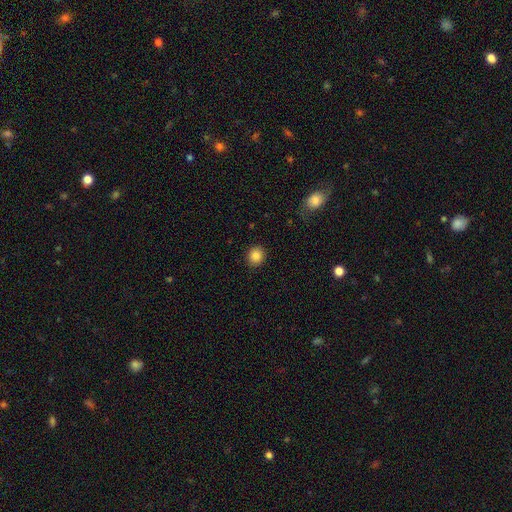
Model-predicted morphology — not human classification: Smooth or featured: smooth — 85% (star or artifact — 10%)
How rounded: round — 85% (in between — 14%)
Merging: none — 91% (minor disturbance — 6%)